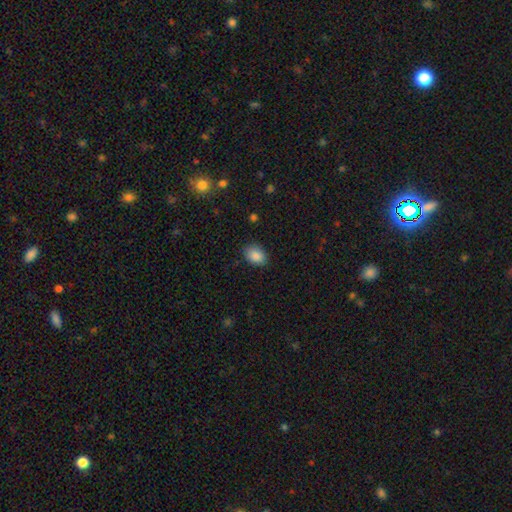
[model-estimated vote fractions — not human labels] Smooth or featured?
  - smooth: 88% *
  - star or artifact: 8%
  - featured or disk: 4%
How rounded?
  - in between: 72% *
  - round: 27%
  - cigar-shaped: 1%
Merging?
  - none: 86% *
  - minor disturbance: 10%
  - major disturbance: 2%
  - merger: 1%